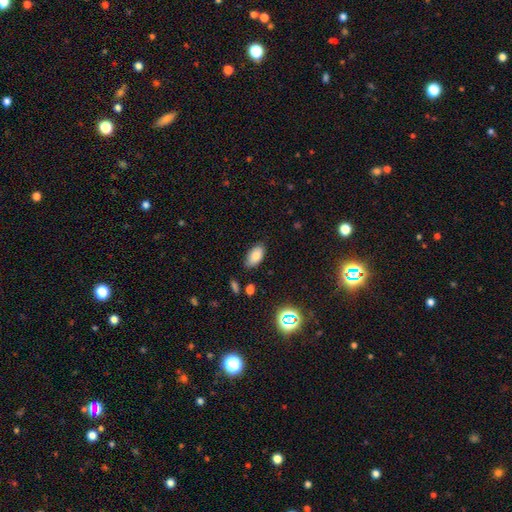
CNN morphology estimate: A smooth galaxy with no disk features (81%) that is in between round and cigar-shaped (93%). Merging: none (81%).